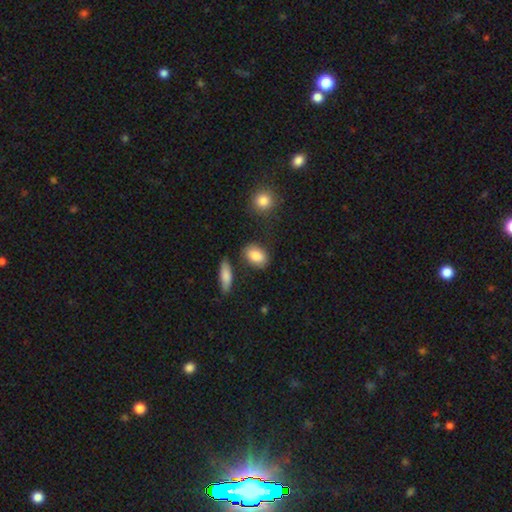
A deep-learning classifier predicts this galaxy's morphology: This appears to be a smooth galaxy with no disk features (86%) that is in between round and cigar-shaped (84%). Merging: none (78%).